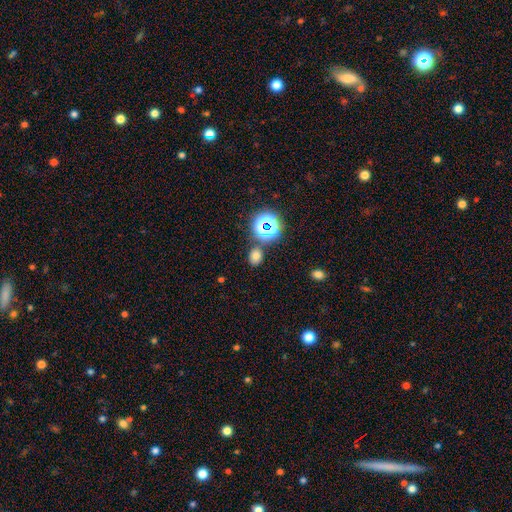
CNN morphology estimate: Smooth or featured? smooth (67%)
How rounded? round (55%)
Merging? none (80%)